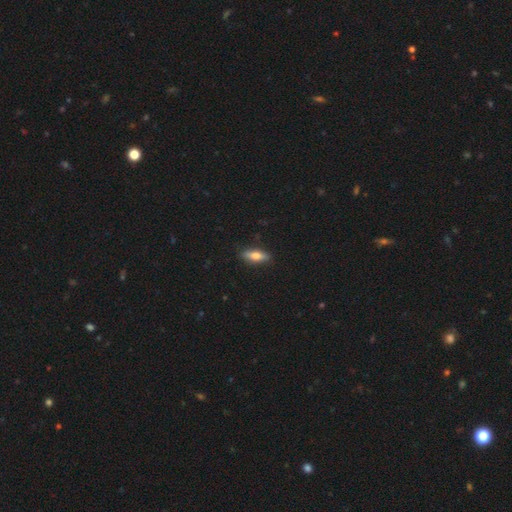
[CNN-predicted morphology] Smooth or featured: smooth — 68% (featured or disk — 25%)
How rounded: in between — 61% (cigar-shaped — 36%)
Merging: none — 88% (minor disturbance — 9%)